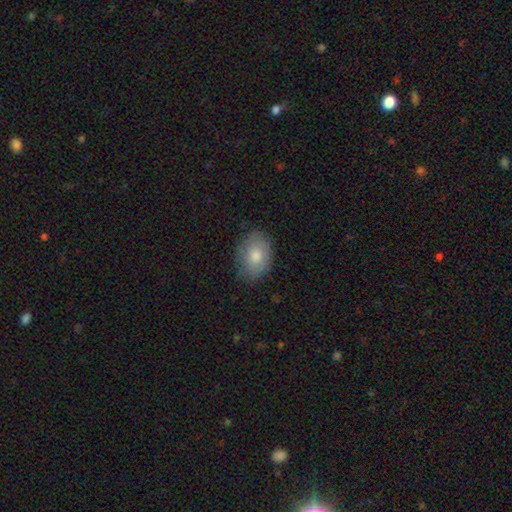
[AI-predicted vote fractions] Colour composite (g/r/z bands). It shows a smooth galaxy with no disk features (80%) that is in between round and cigar-shaped (77%). Merging: none (83%).